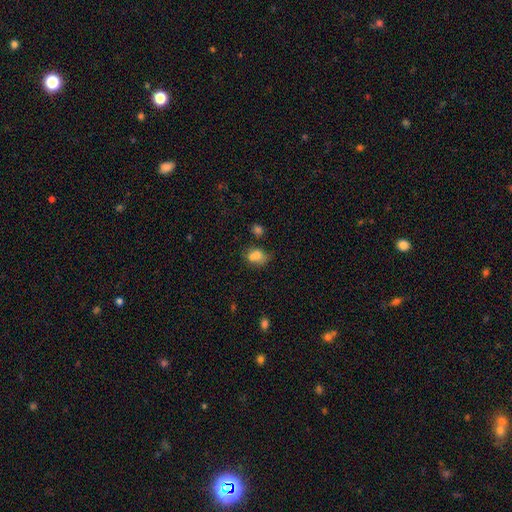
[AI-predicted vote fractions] Morphology: type=smooth (73%); roundness=in between (59%); merging=none (39%).